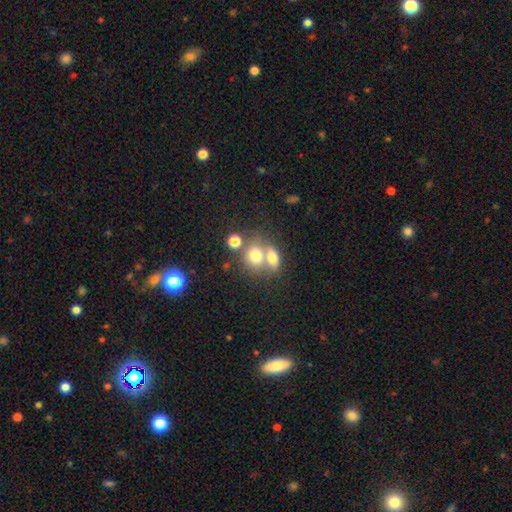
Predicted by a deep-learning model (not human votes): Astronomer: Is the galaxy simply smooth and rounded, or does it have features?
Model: smooth — 72%.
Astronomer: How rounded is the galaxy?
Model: round — 56% (runner-up: in between, 43%).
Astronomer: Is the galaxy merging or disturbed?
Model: merger — 53% (runner-up: none, 34%).